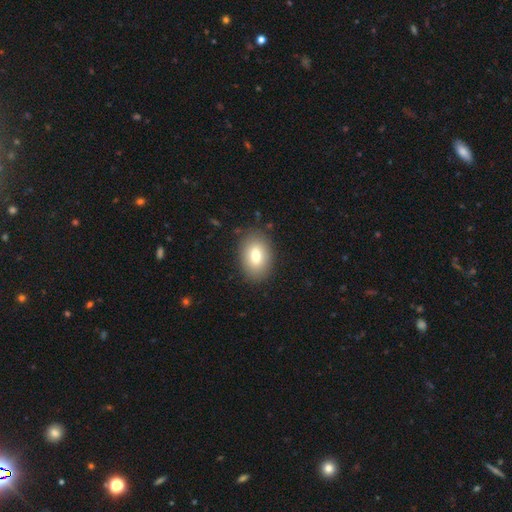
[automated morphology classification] smooth_or_featured: smooth (p=0.77) [alt: featured or disk p=0.15]
how_rounded: in between (p=0.88) [alt: round p=0.10]
merging: none (p=0.86) [alt: minor disturbance p=0.10]